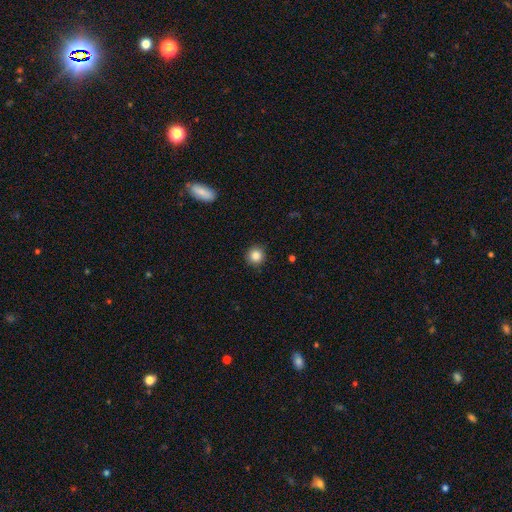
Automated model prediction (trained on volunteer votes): This appears to be a smooth galaxy with no disk features (85%) that is round (94%). Merging: none (91%).